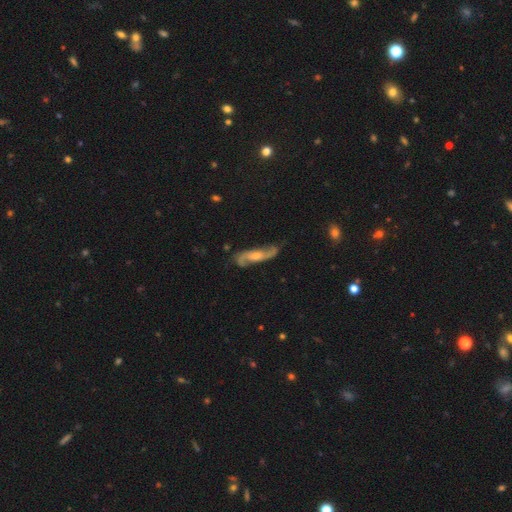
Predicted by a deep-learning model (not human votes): This appears to be a featured or disk galaxy (82%) with no bar (53%), 2 (91%) loose (47%) spiral arms (96%) and a moderate central bulge (51%). Merging: none (74%).